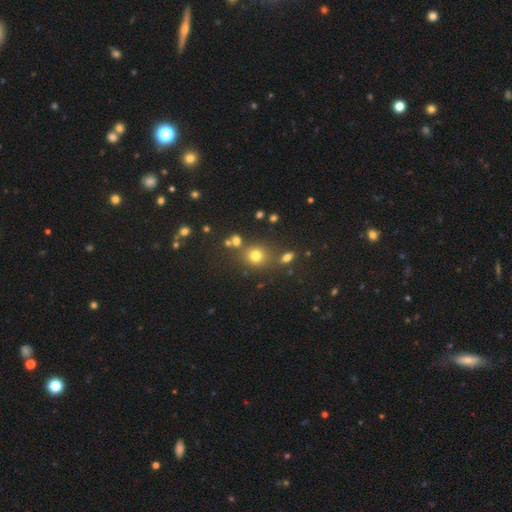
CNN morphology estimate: smooth-or-featured: smooth: 72% | star or artifact: 19% | featured or disk: 9%
  how-rounded: round: 81% | in between: 17% | cigar-shaped: 1%
  merging: none: 73% | merger: 13% | minor disturbance: 10% | major disturbance: 4%